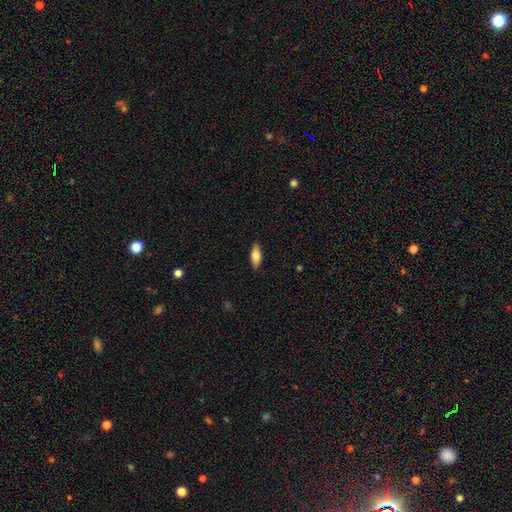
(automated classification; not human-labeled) smooth 77%, featured or disk 17%, star or artifact 6%. Down the decision tree: how rounded — in between (75%); merging — none (88%).